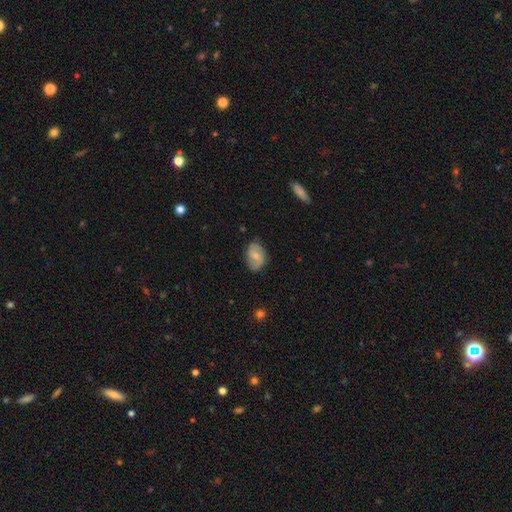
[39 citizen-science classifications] Smooth or featured? 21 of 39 (54%) said smooth. How rounded? 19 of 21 (90%) said in between. Merging? 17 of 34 (50%) said minor disturbance.